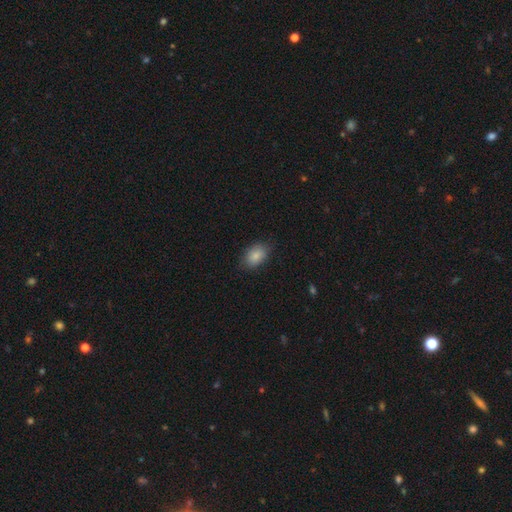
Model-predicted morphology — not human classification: Overall: smooth (86%). How rounded: in between (85%). Merging: none (80%).